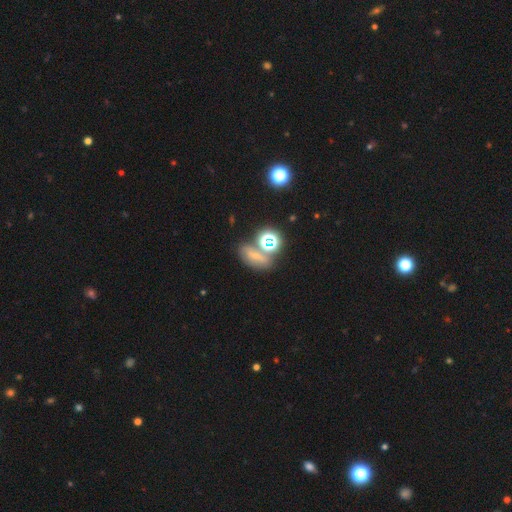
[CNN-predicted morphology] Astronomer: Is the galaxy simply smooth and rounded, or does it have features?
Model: smooth — 45% (runner-up: star or artifact, 35%).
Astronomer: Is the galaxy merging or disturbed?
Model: none — 52%.